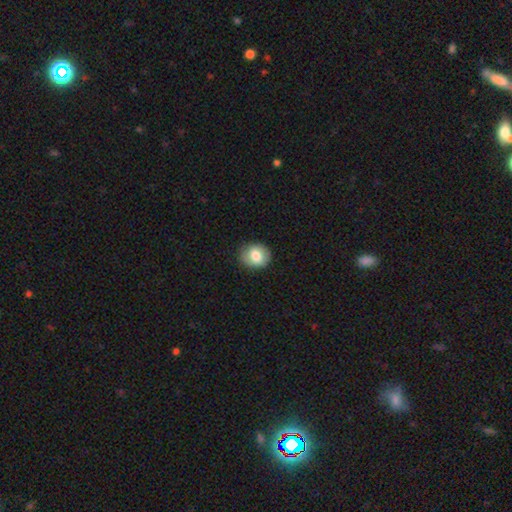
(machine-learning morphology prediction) smooth-or-featured: smooth: 75% | featured or disk: 17% | star or artifact: 8%
  how-rounded: round: 64% | in between: 35% | cigar-shaped: 1%
  merging: none: 84% | minor disturbance: 12% | major disturbance: 3% | merger: 1%